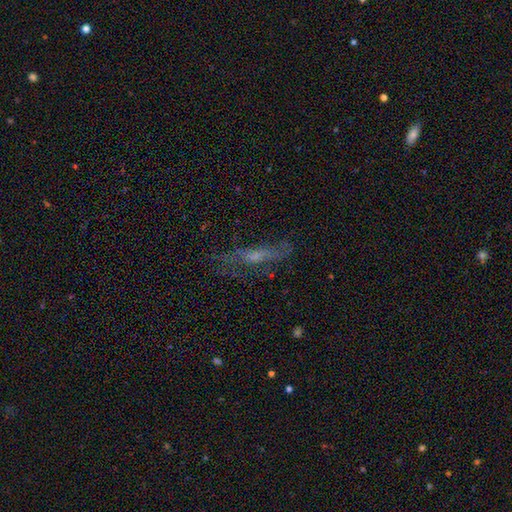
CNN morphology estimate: Smooth or featured: featured or disk — 54% (smooth — 29%)
Edge-on disk: no — 53% (yes — 47%)
Merging: none — 61% (minor disturbance — 21%)